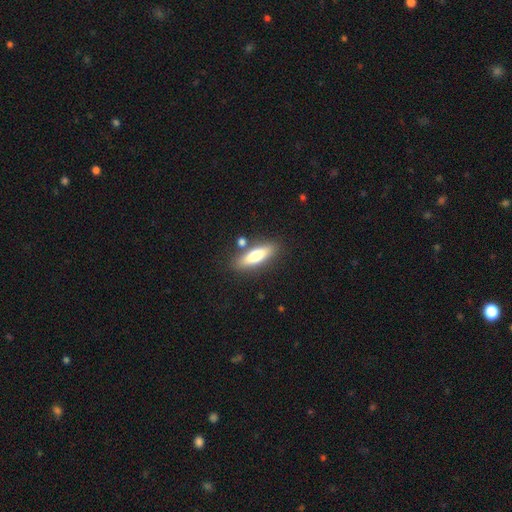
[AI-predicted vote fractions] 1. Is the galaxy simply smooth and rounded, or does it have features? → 69% smooth, 25% featured or disk, 6% star or artifact.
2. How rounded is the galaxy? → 52% cigar-shaped, 45% in between, 2% round.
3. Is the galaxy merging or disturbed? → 78% none, 11% minor disturbance, 8% merger, 3% major disturbance.